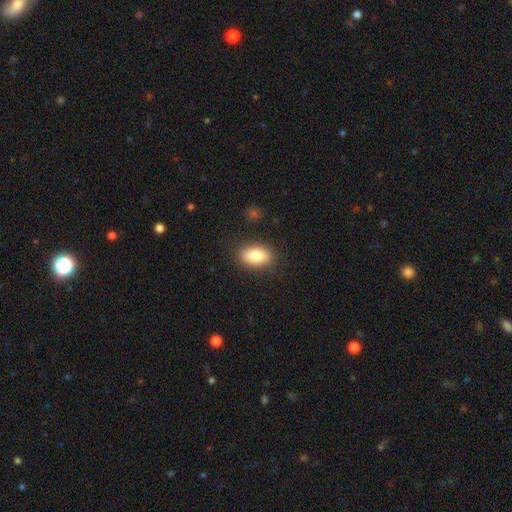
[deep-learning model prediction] Overall: smooth (82%). How rounded: in between (89%). Merging: none (86%).